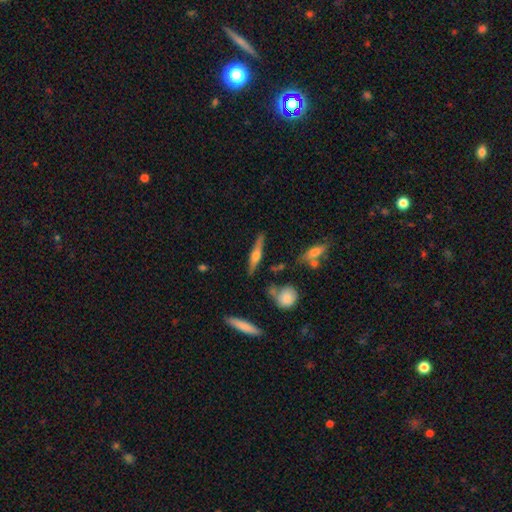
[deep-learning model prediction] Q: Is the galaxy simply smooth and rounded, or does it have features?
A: featured or disk — 63%.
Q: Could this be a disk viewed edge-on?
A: yes — 95%.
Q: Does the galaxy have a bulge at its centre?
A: rounded — 89%.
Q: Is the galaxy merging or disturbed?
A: none — 81%.